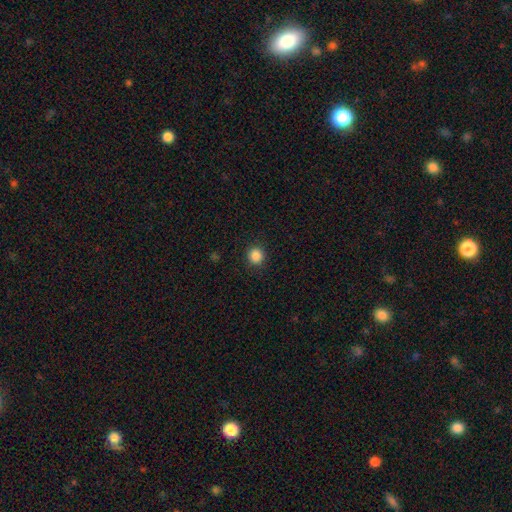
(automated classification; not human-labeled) A smooth galaxy with no disk features (86%) that is round (93%).

Vote fractions:
- Smooth or featured? smooth: 86% / star or artifact: 11% / featured or disk: 3%
- How rounded? round: 93% / in between: 6% / cigar-shaped: 1%
- Merging? none: 92% / minor disturbance: 5% / major disturbance: 2% / merger: 1%